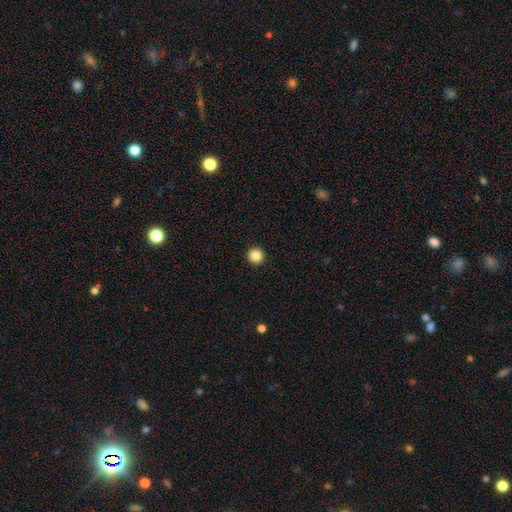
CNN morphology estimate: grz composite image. It shows a smooth galaxy with no disk features (86%) that is round (96%). Merging: none (94%).